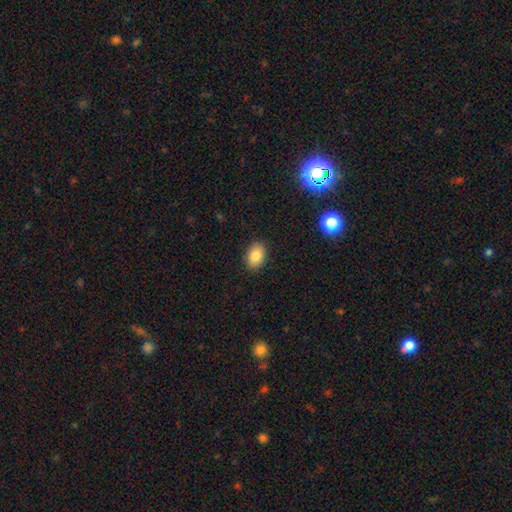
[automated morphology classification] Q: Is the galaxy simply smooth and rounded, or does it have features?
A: smooth — 85%.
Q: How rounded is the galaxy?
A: in between — 81%.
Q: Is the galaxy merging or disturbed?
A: none — 89%.